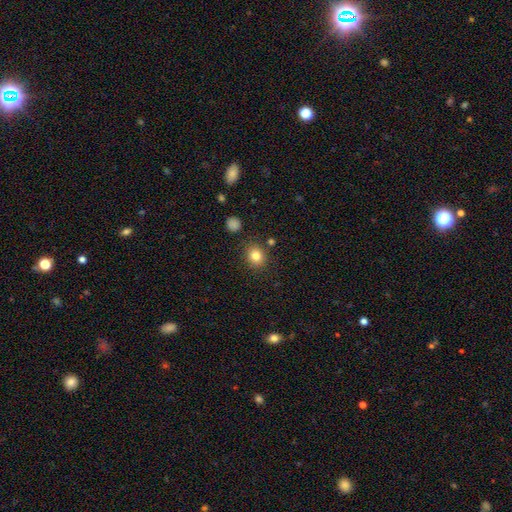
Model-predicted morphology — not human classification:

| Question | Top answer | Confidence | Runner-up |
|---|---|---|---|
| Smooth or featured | smooth | 81% | star or artifact (11%) |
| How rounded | round | 74% | in between (25%) |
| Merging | none | 85% | minor disturbance (9%) |